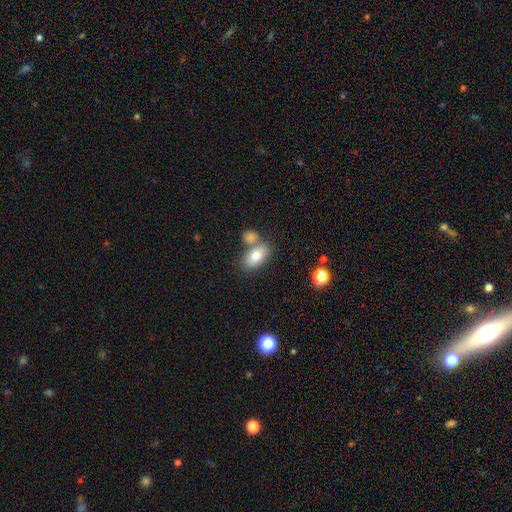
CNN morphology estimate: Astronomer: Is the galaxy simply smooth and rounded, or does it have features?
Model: smooth — 78%.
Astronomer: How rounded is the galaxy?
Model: in between — 90%.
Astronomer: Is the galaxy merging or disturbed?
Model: none — 52% (runner-up: merger, 32%).